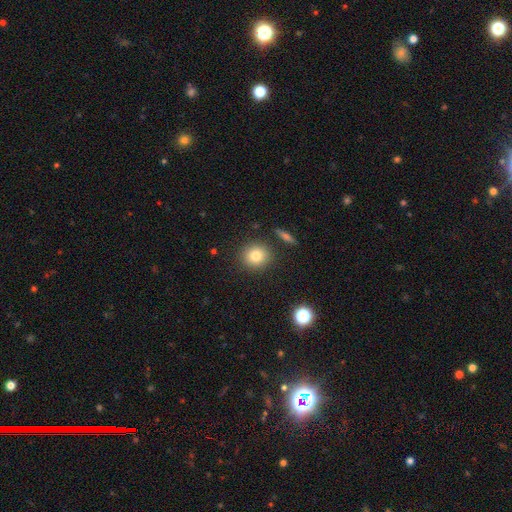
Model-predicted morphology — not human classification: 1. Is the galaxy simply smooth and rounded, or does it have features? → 80% smooth, 11% star or artifact, 9% featured or disk.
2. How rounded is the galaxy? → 88% round, 11% in between, 1% cigar-shaped.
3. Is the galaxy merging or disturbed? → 88% none, 7% minor disturbance, 3% merger, 2% major disturbance.